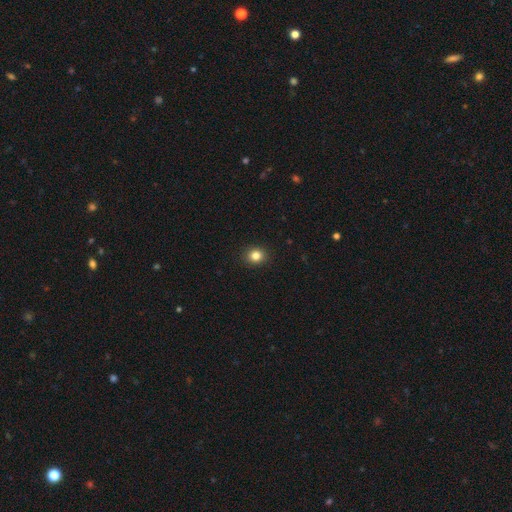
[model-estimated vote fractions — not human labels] This is clearly a smooth galaxy (83%). How rounded: likely round (76%). Merging: clearly none (92%).